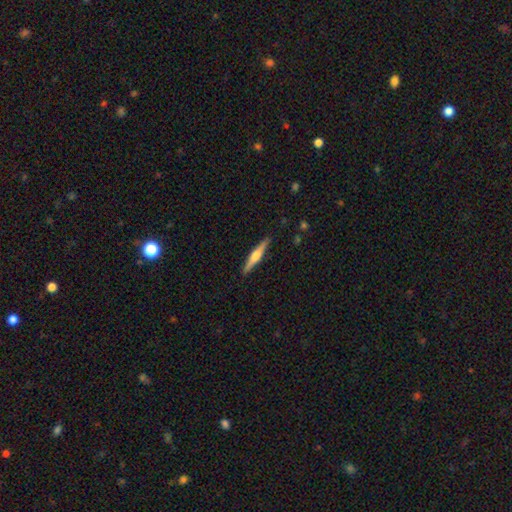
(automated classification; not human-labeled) A featured or disk galaxy (62%) viewed edge-on (98%) with a rounded central bulge (90%). Merging: none (91%).